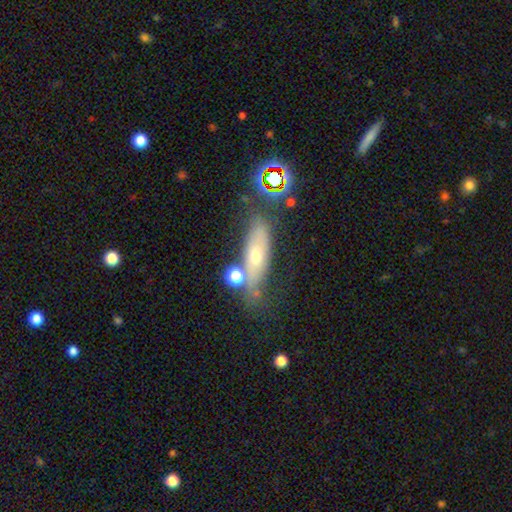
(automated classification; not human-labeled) This appears to be a smooth galaxy with no disk features (45%). Merging: none (61%).